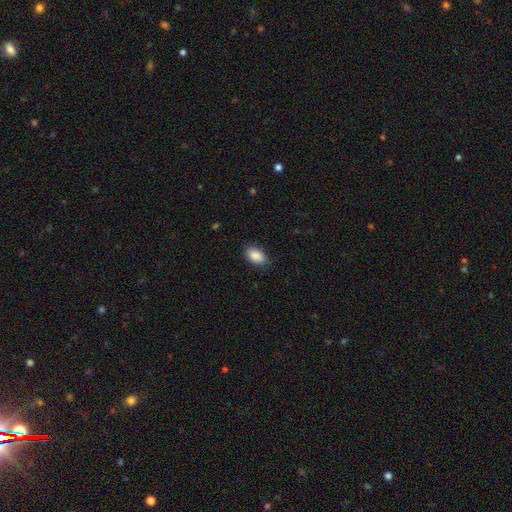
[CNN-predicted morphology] The model was most divided on "merging": none: 84%, minor disturbance: 13%, major disturbance: 3%, merger: 1%. More confident: how rounded — in between (92%); smooth or featured — smooth (89%).